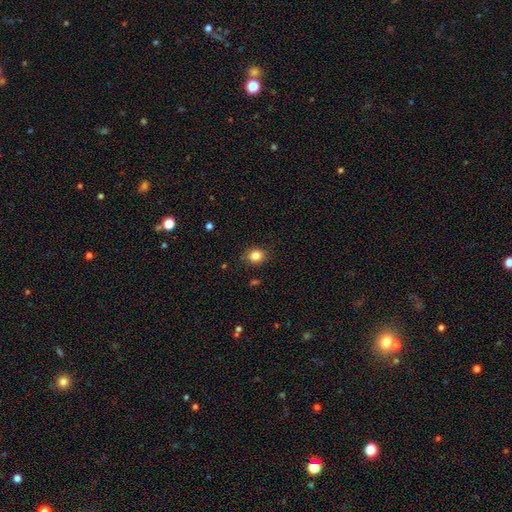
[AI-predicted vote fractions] smooth-or-featured: smooth: 84% | star or artifact: 11% | featured or disk: 5%
  how-rounded: round: 70% | in between: 29% | cigar-shaped: 1%
  merging: none: 87% | minor disturbance: 9% | major disturbance: 2% | merger: 1%